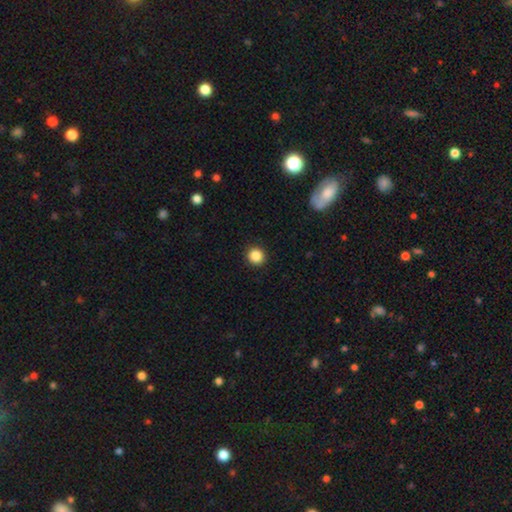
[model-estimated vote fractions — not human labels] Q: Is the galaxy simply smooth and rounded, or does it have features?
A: smooth — 87%.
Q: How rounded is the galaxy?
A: round — 92%.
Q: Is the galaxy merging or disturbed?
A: none — 93%.